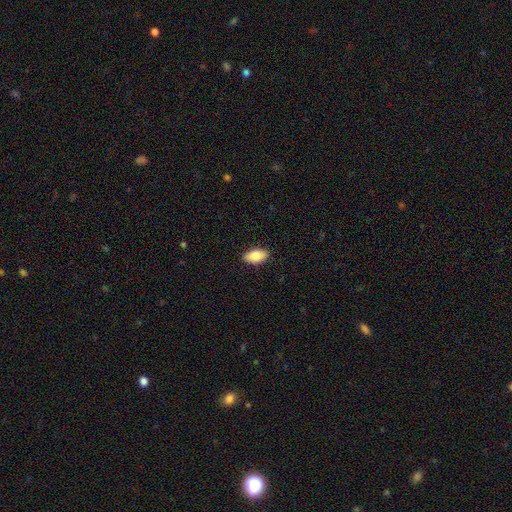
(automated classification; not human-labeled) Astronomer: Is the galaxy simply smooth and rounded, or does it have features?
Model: smooth — 84%.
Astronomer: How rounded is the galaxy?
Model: in between — 93%.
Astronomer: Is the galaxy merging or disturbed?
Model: none — 89%.